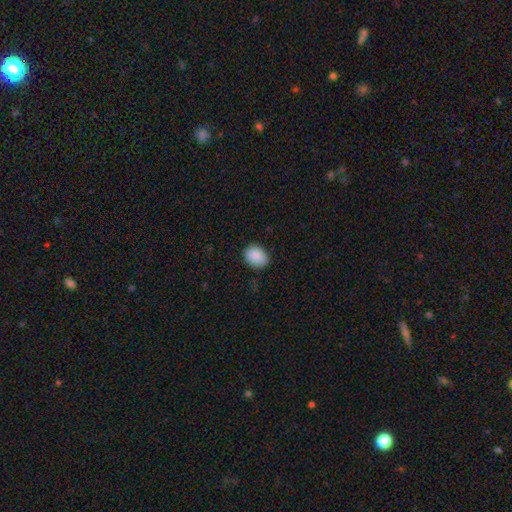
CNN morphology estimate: smooth-or-featured: smooth: 89% | star or artifact: 7% | featured or disk: 4%
  how-rounded: in between: 60% | round: 39% | cigar-shaped: 1%
  merging: none: 85% | minor disturbance: 11% | major disturbance: 2% | merger: 1%